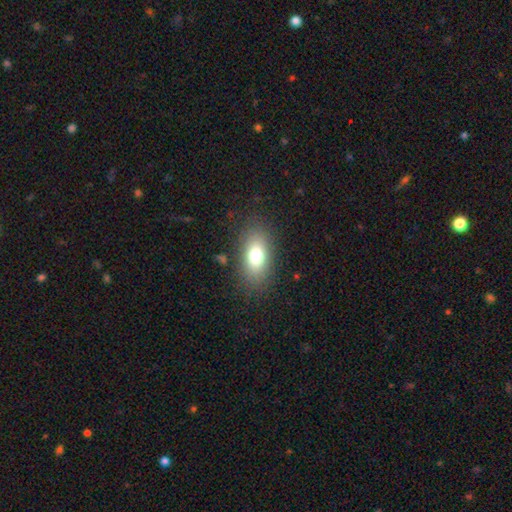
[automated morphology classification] Smooth or featured? Predicted: smooth (p=0.75). How rounded? Predicted: in between (p=0.87). Merging? Predicted: none (p=0.83).